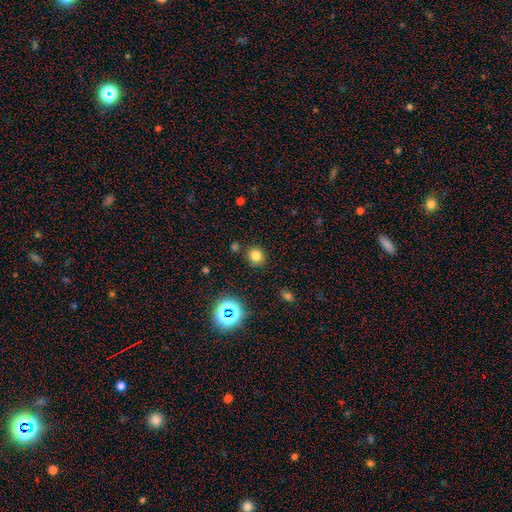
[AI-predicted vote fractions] smooth 76%, star or artifact 18%, featured or disk 6%. Down the decision tree: how rounded — round (84%); merging — none (84%).